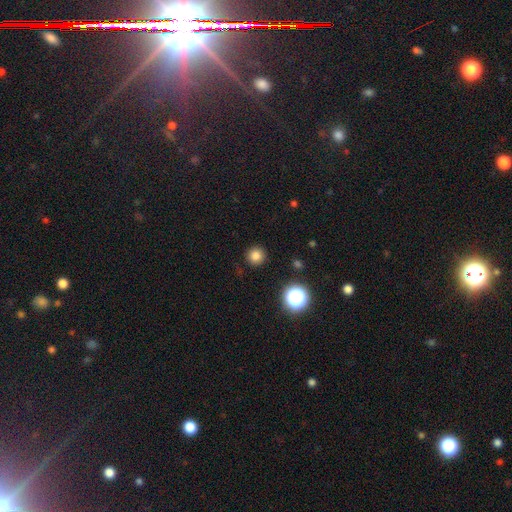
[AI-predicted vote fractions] The model was most divided on "smooth or featured": smooth: 81%, star or artifact: 15%, featured or disk: 5%. More confident: how rounded — round (95%); merging — none (92%).